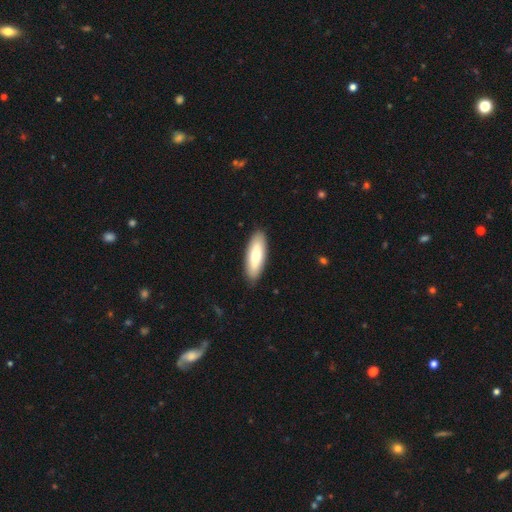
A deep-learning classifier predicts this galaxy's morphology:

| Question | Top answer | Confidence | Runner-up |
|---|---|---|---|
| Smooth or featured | smooth | 70% | featured or disk (25%) |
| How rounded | in between | 66% | cigar-shaped (32%) |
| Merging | none | 88% | minor disturbance (9%) |